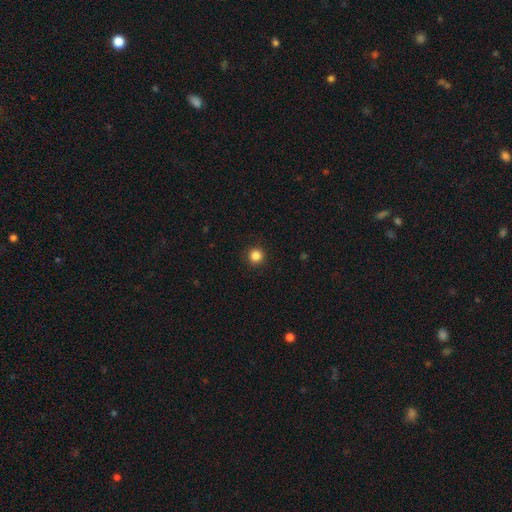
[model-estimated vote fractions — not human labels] The model was most divided on "smooth or featured": smooth: 85%, star or artifact: 12%, featured or disk: 3%. More confident: how rounded — round (95%); merging — none (92%).